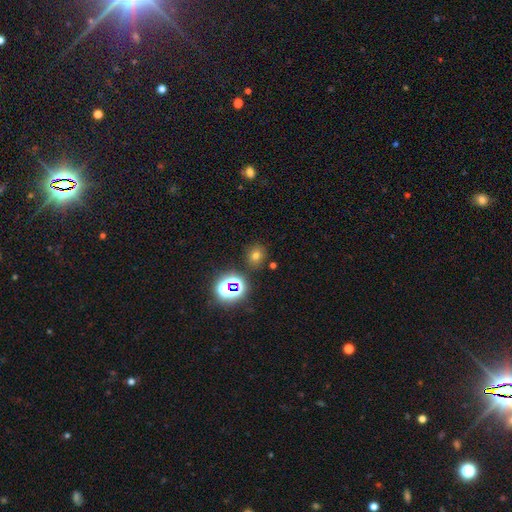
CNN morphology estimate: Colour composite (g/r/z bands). It shows a smooth galaxy with no disk features (64%) that is round (79%). Merging: none (84%).